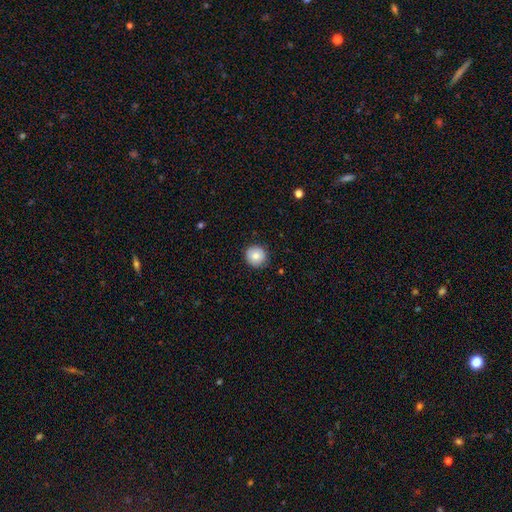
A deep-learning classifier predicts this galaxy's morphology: Q: Smooth or featured?
A: smooth (82%); runner-up: featured or disk (9%)
Q: How rounded?
A: round (94%); runner-up: in between (5%)
Q: Merging?
A: none (88%); runner-up: minor disturbance (9%)